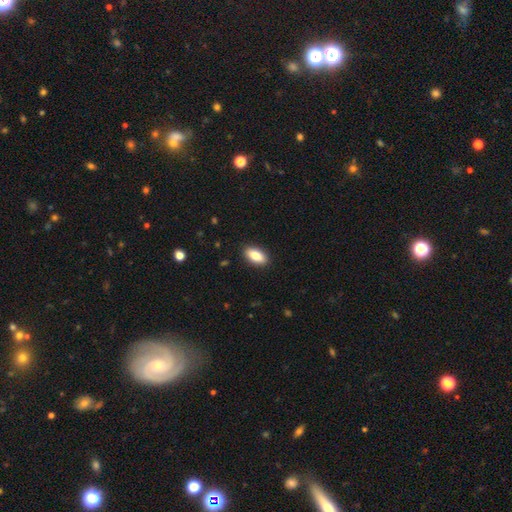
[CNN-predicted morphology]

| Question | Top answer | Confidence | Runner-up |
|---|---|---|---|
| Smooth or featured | smooth | 84% | featured or disk (9%) |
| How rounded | in between | 90% | cigar-shaped (7%) |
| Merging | none | 90% | minor disturbance (7%) |